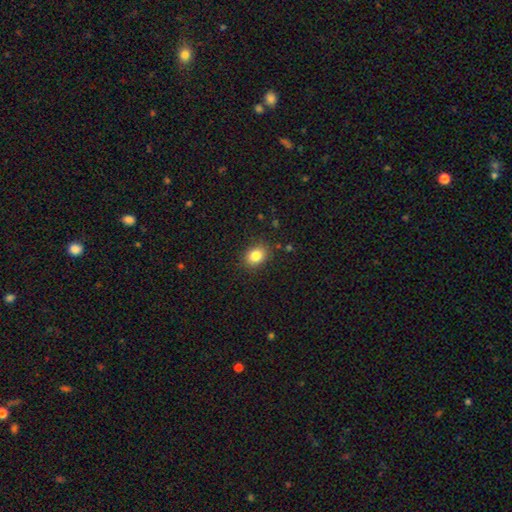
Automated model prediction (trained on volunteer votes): This appears to be a smooth galaxy with no disk features (84%) that is in between round and cigar-shaped (55%). Merging: none (87%).